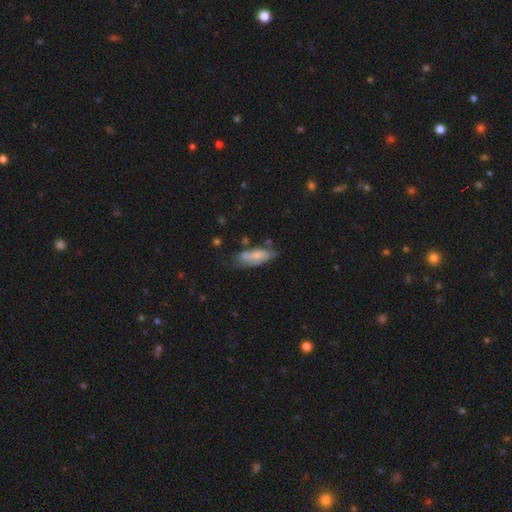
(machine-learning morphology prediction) smooth_or_featured: smooth (p=0.68) [alt: featured or disk p=0.25]
how_rounded: in between (p=0.72) [alt: cigar-shaped p=0.26]
merging: none (p=0.52) [alt: minor disturbance p=0.29]